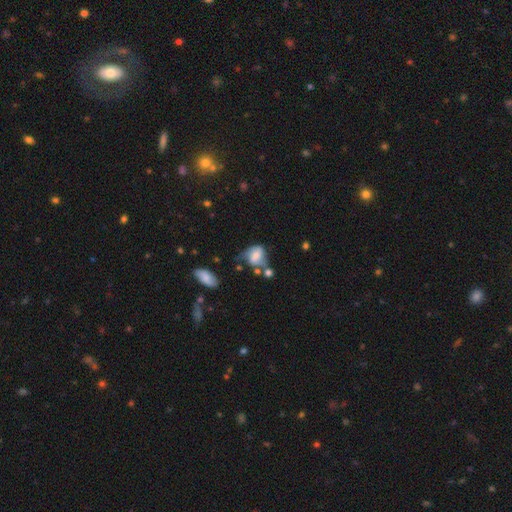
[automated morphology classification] The model was most divided on "merging": none: 29%, minor disturbance: 28%, major disturbance: 26%, merger: 18%. More confident: how rounded — in between (61%); smooth or featured — smooth (55%).